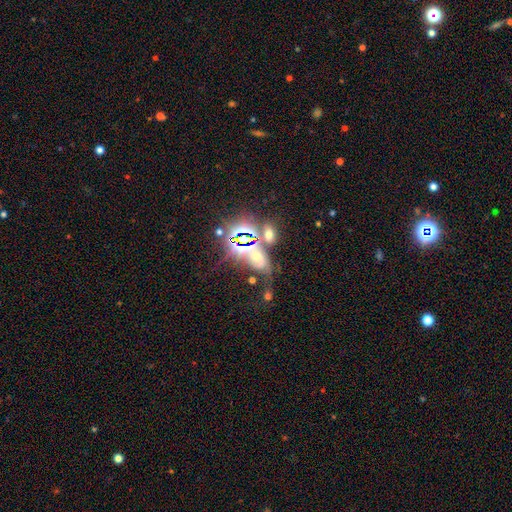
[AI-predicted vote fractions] Smooth or featured? Predicted: star or artifact (p=0.50).